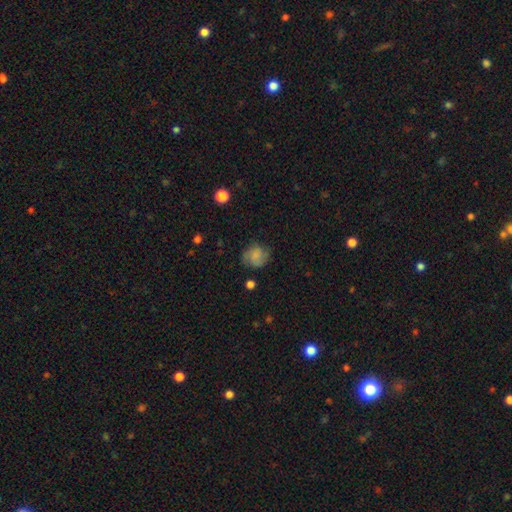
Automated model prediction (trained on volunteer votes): Overall: smooth (69%). How rounded: round (75%). Merging: none (68%).